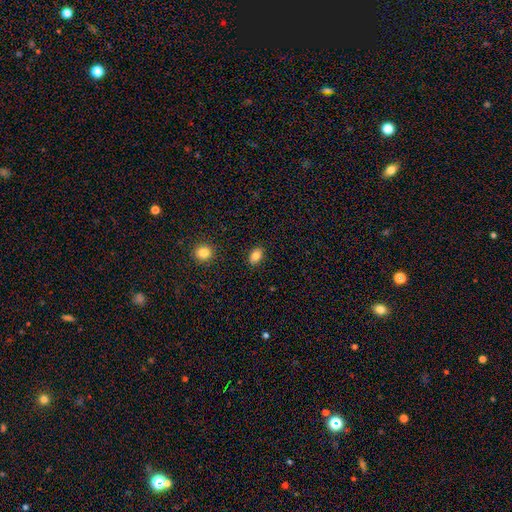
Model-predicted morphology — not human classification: Smooth or featured?
  - smooth: 85% *
  - star or artifact: 9%
  - featured or disk: 6%
How rounded?
  - in between: 83% *
  - round: 16%
  - cigar-shaped: 2%
Merging?
  - none: 88% *
  - minor disturbance: 9%
  - major disturbance: 2%
  - merger: 1%